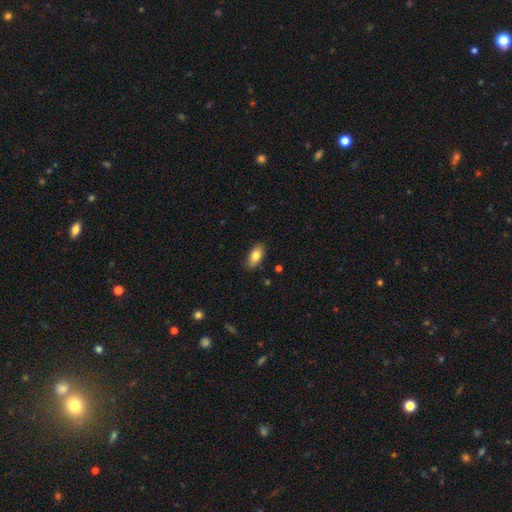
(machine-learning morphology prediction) This is clearly a smooth galaxy (81%). How rounded: clearly in between (90%). Merging: clearly none (86%).